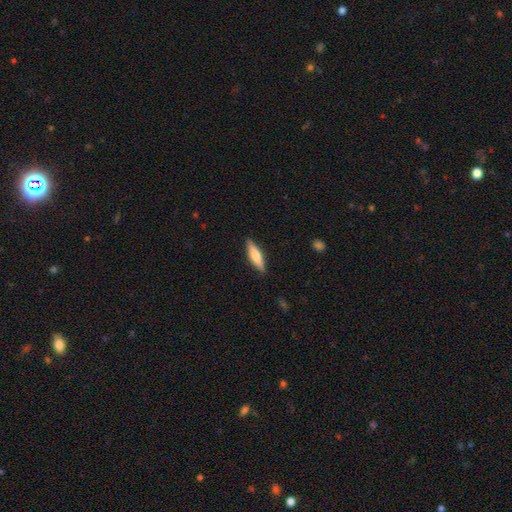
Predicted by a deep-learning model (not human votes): Smooth or featured: smooth — 57% (featured or disk — 37%)
How rounded: cigar-shaped — 75% (in between — 23%)
Merging: none — 89% (minor disturbance — 8%)